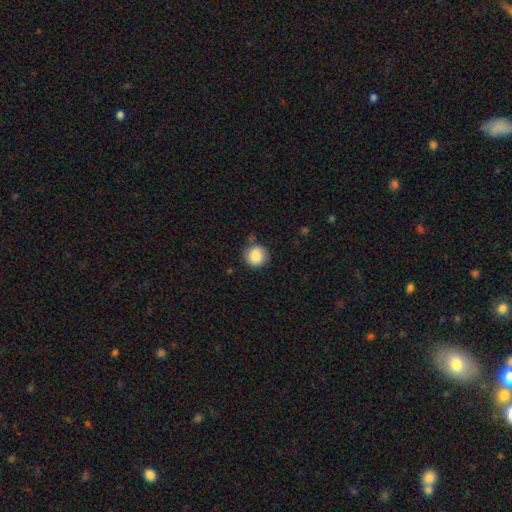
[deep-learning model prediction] Smooth or featured?
  - smooth: 86% *
  - star or artifact: 8%
  - featured or disk: 7%
How rounded?
  - round: 90% *
  - in between: 9%
  - cigar-shaped: 1%
Merging?
  - none: 74% *
  - minor disturbance: 18%
  - major disturbance: 5%
  - merger: 4%